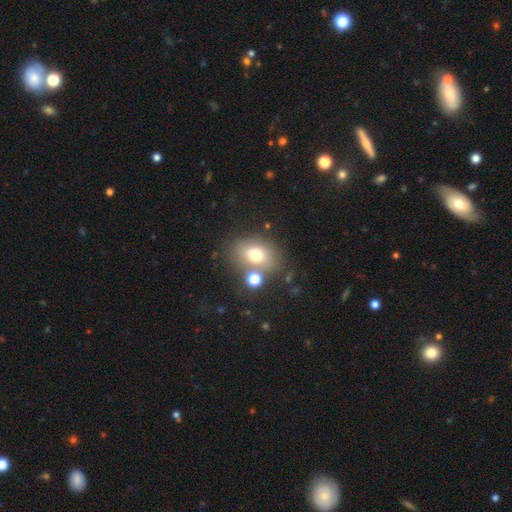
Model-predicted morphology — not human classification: smooth_or_featured: smooth (p=0.70) [alt: featured or disk p=0.17]
how_rounded: in between (p=0.58) [alt: round p=0.40]
merging: none (p=0.64) [alt: merger p=0.16]